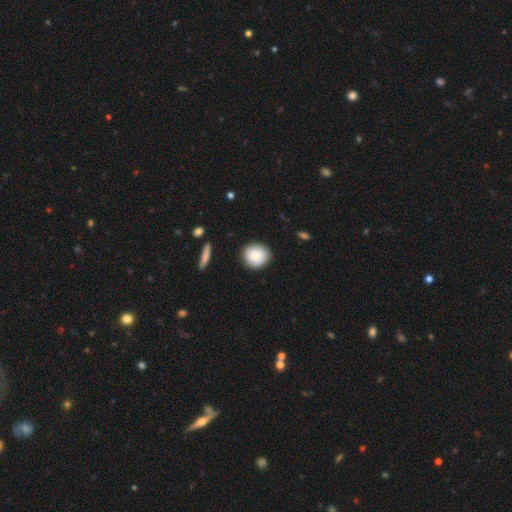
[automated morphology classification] Smooth or featured?
  - smooth: 84% *
  - featured or disk: 9%
  - star or artifact: 7%
How rounded?
  - round: 88% *
  - in between: 11%
  - cigar-shaped: 1%
Merging?
  - none: 89% *
  - minor disturbance: 8%
  - major disturbance: 2%
  - merger: 1%